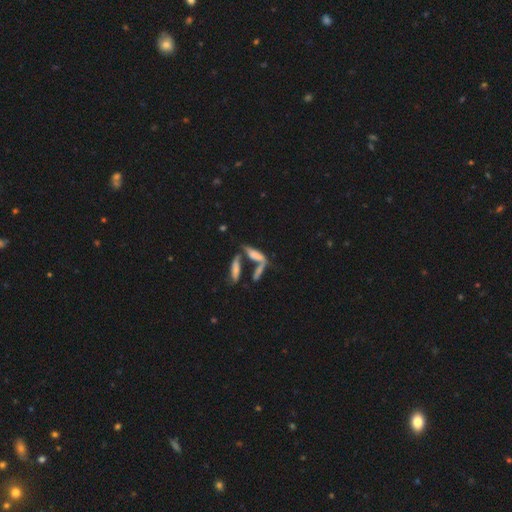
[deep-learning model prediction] This is possibly a smooth galaxy (57%). How rounded: possibly cigar-shaped (53%). Merging: possibly merger (51%).